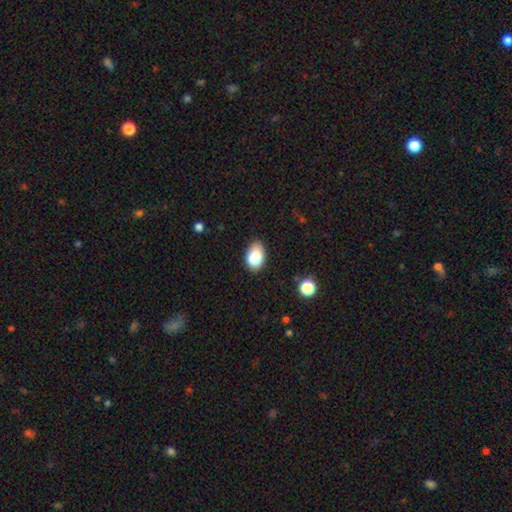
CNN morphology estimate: A smooth galaxy with no disk features (82%) that is in between round and cigar-shaped (88%). Merging: none (80%).